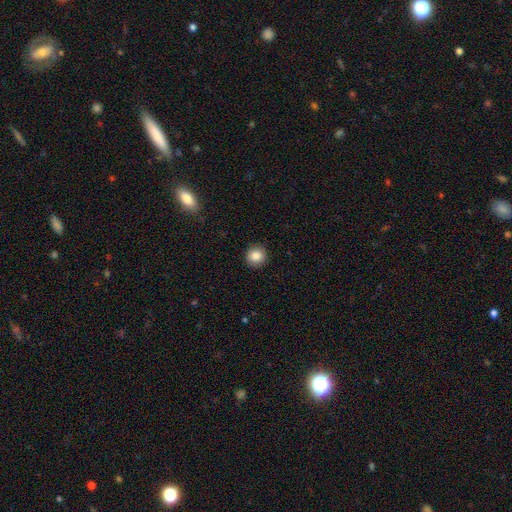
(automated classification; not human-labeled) smooth_or_featured: smooth (p=0.86) [alt: star or artifact p=0.09]
how_rounded: round (p=0.92) [alt: in between p=0.07]
merging: none (p=0.92) [alt: minor disturbance p=0.06]